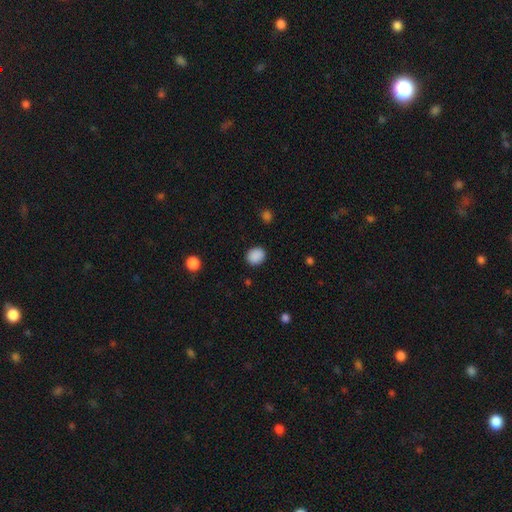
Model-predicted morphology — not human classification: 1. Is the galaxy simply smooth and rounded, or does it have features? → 88% smooth, 9% star or artifact, 3% featured or disk.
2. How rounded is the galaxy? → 62% round, 37% in between, 1% cigar-shaped.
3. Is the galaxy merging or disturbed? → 88% none, 8% minor disturbance, 3% major disturbance, 1% merger.